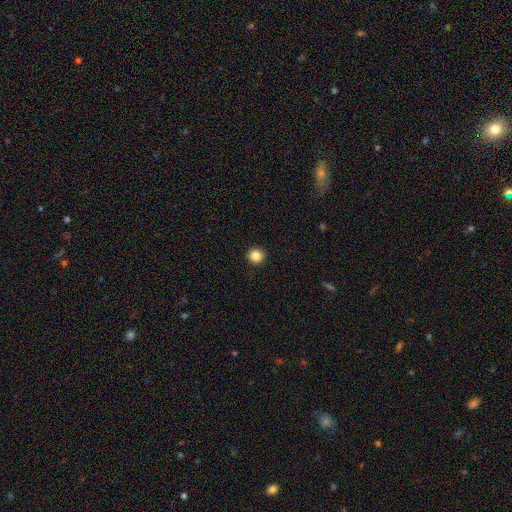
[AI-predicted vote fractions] smooth-or-featured: smooth: 85% | star or artifact: 11% | featured or disk: 4%
  how-rounded: round: 95% | in between: 4% | cigar-shaped: 1%
  merging: none: 94% | minor disturbance: 4% | major disturbance: 1% | merger: 1%